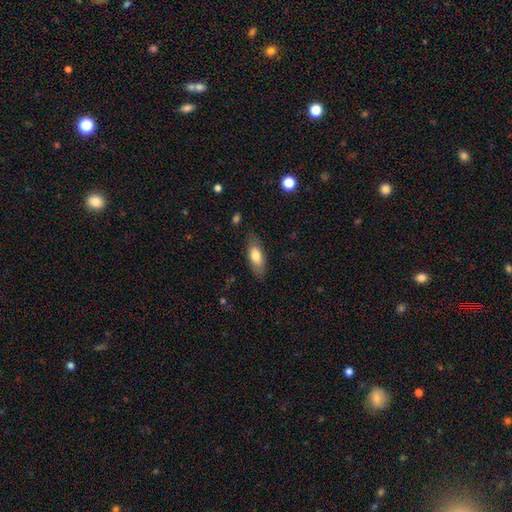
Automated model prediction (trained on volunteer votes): smooth_or_featured: smooth (p=0.74) [alt: featured or disk p=0.19]
how_rounded: in between (p=0.77) [alt: cigar-shaped p=0.20]
merging: none (p=0.81) [alt: minor disturbance p=0.14]